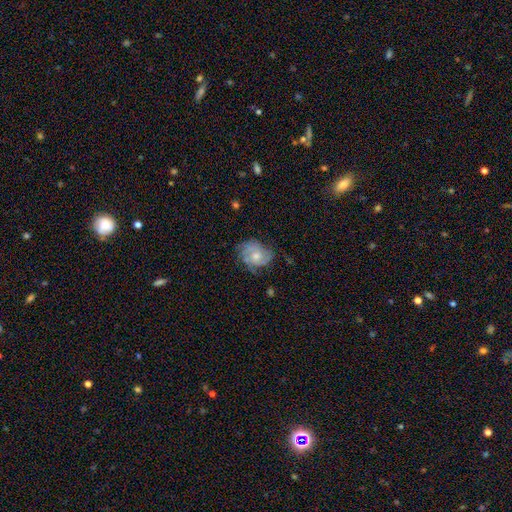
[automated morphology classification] A featured or disk galaxy (68%) with no bar (78%), tight (52%) spiral arms (89%) and a moderate central bulge (53%).

Vote fractions:
- Smooth or featured? featured or disk: 68% / smooth: 24% / star or artifact: 7%
- Edge-on disk? no: 97% / yes: 3%
- Bar? no: 78% / weak: 19% / strong: 3%
- Spiral arms? yes: 89% / no: 11%
- Spiral winding? tight: 52% / medium: 36% / loose: 12%
- Spiral arm count? can't tell: 31% / 3: 28% / 2: 24% / 4: 9% / 1: 5% / more than 4: 4%
- Bulge size? moderate: 53% / small: 38% / large: 4% / none: 3% / dominant: 1%
- Merging? none: 62% / minor disturbance: 26% / major disturbance: 11% / merger: 2%